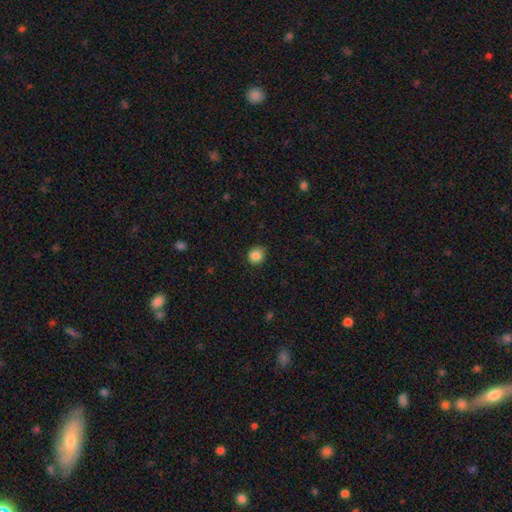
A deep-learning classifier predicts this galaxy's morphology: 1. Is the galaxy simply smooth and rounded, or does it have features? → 86% smooth, 10% star or artifact, 4% featured or disk.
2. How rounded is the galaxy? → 86% round, 13% in between, 1% cigar-shaped.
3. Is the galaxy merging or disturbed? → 83% none, 13% minor disturbance, 3% major disturbance, 1% merger.